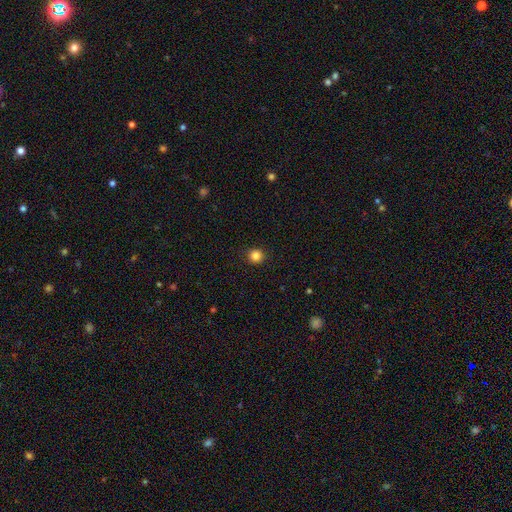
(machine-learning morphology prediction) smooth_or_featured: smooth (p=0.84) [alt: star or artifact p=0.12]
how_rounded: round (p=0.93) [alt: in between p=0.06]
merging: none (p=0.92) [alt: minor disturbance p=0.05]